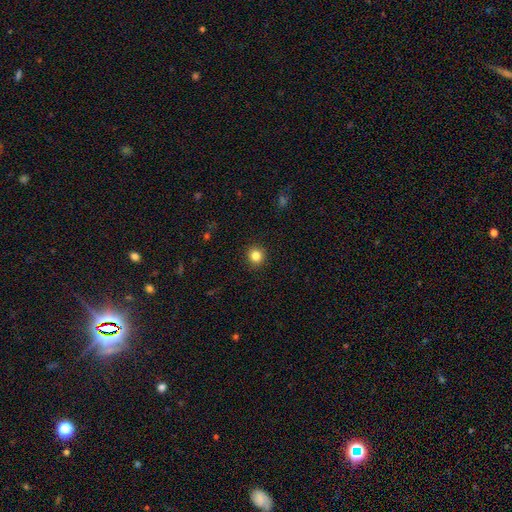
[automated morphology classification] smooth 84%, star or artifact 11%, featured or disk 5%. Down the decision tree: how rounded — round (92%); merging — none (92%).